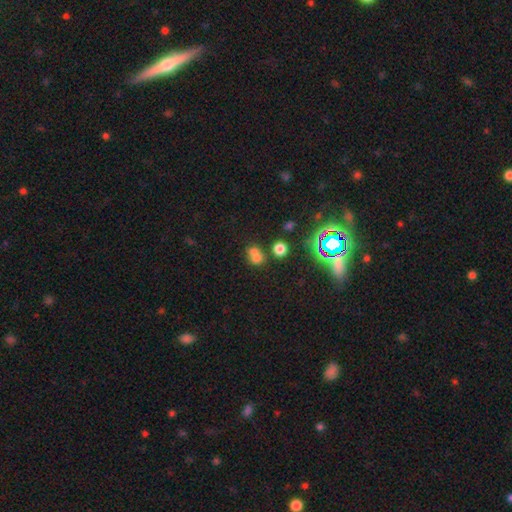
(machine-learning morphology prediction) type=smooth (65%); roundness=round (71%); merging=merger (53%).